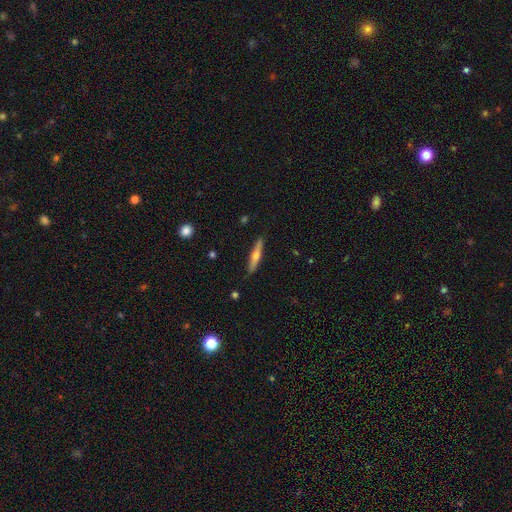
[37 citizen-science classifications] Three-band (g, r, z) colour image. It shows a smooth galaxy with no disk features (57%) that is cigar-shaped (90%). Merging: none (86%).